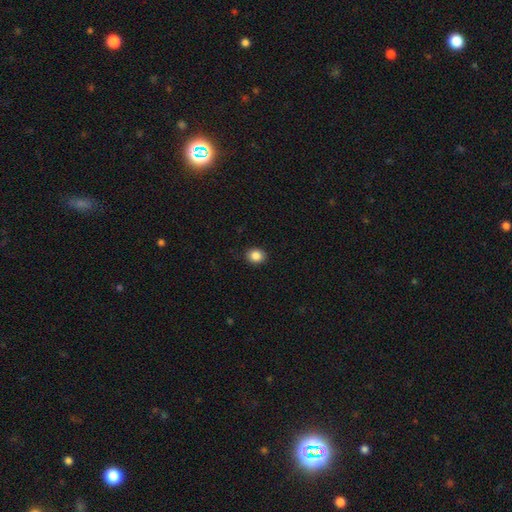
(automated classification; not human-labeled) Morphology: type=smooth (86%); roundness=round (67%); merging=none (91%).